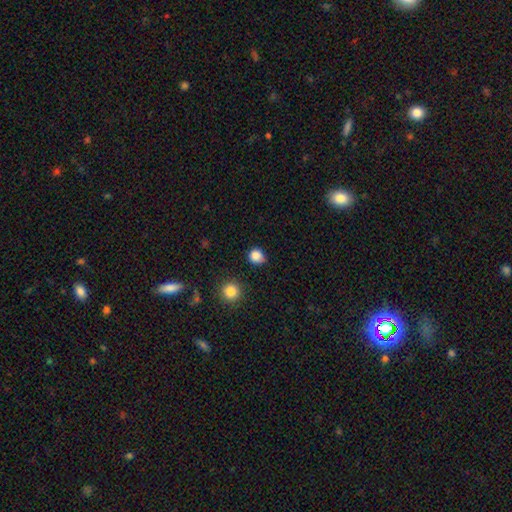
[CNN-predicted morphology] Smooth or featured?
  - smooth: 85% *
  - star or artifact: 12%
  - featured or disk: 3%
How rounded?
  - round: 80% *
  - in between: 19%
  - cigar-shaped: 1%
Merging?
  - none: 77% *
  - minor disturbance: 16%
  - major disturbance: 4%
  - merger: 2%